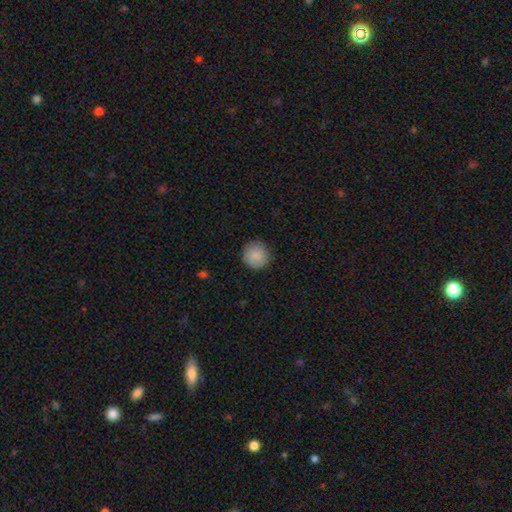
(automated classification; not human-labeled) Q: Smooth or featured?
A: smooth (89%); runner-up: star or artifact (7%)
Q: How rounded?
A: round (94%); runner-up: in between (5%)
Q: Merging?
A: none (90%); runner-up: minor disturbance (7%)